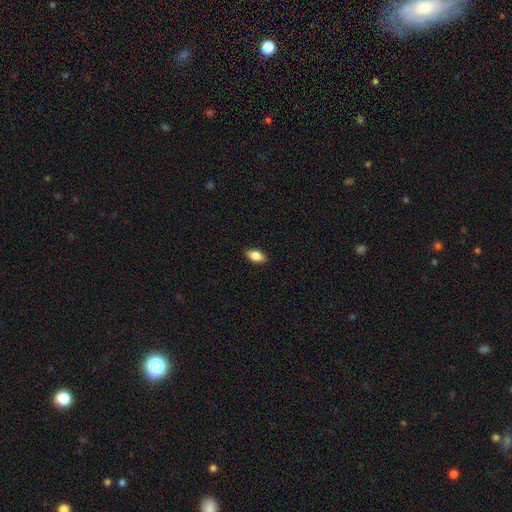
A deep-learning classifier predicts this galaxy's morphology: smooth 83%, featured or disk 9%, star or artifact 7%. Down the decision tree: how rounded — in between (90%); merging — none (87%).